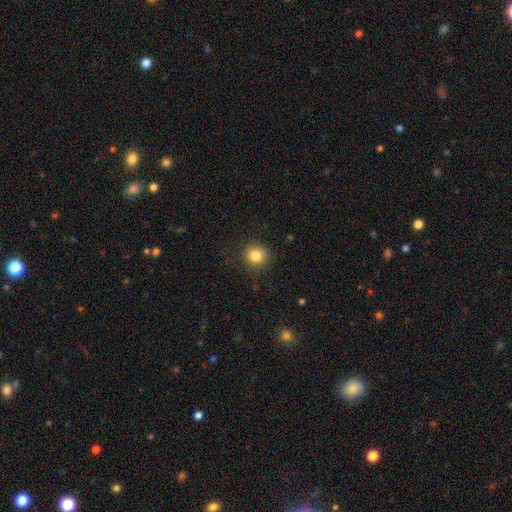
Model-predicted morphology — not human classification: type=smooth (83%); roundness=round (91%); merging=none (88%).